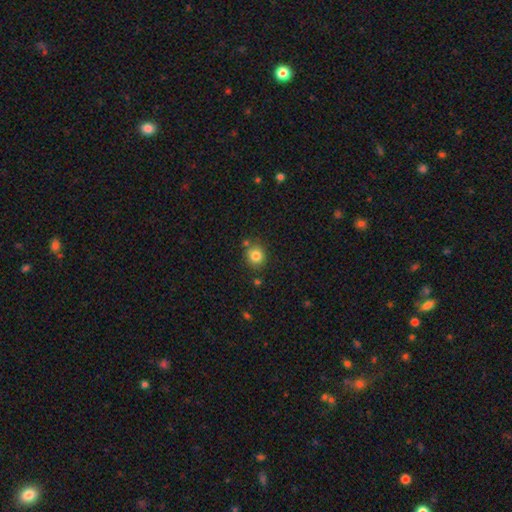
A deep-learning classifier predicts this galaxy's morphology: type=smooth (83%); roundness=round (85%); merging=none (77%).